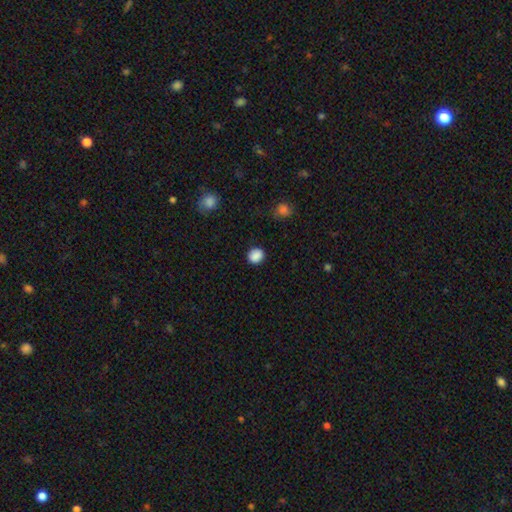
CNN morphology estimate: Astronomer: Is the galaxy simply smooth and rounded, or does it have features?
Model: smooth — 87%.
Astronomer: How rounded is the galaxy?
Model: round — 76%.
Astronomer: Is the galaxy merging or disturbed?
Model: none — 88%.